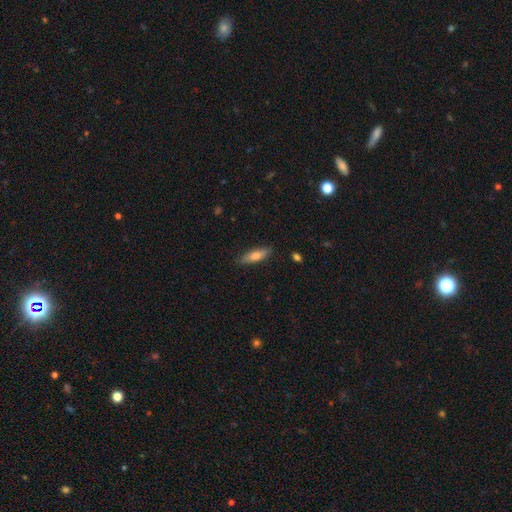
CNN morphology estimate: Smooth or featured? Predicted: smooth (p=0.71). How rounded? Predicted: cigar-shaped (p=0.53). Merging? Predicted: none (p=0.86).